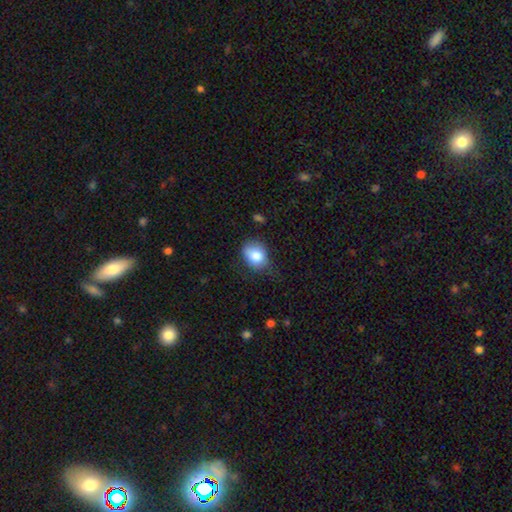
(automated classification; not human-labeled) Overall: smooth (82%). How rounded: in between (58%; round 41%). Merging: none (58%; minor disturbance 31%).